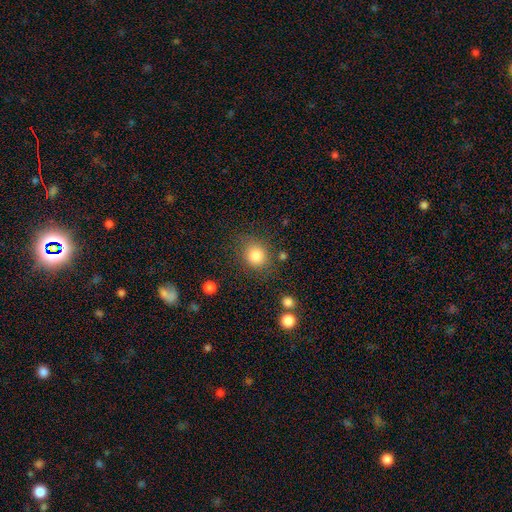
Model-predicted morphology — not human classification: Q: Smooth or featured?
A: smooth (83%); runner-up: star or artifact (10%)
Q: How rounded?
A: round (76%); runner-up: in between (23%)
Q: Merging?
A: none (78%); runner-up: minor disturbance (13%)